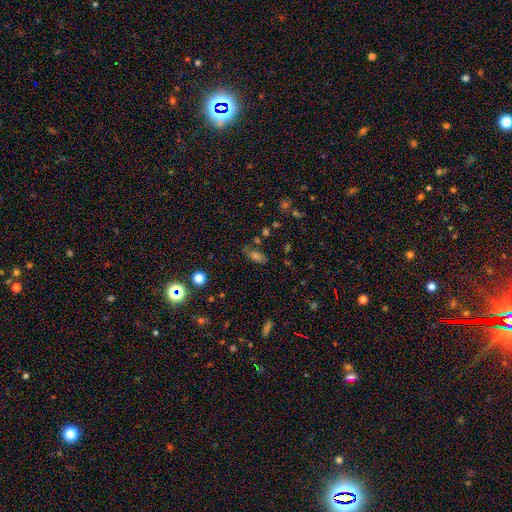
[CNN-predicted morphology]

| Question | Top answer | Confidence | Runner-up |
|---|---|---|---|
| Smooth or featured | smooth | 51% | star or artifact (28%) |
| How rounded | in between | 77% | cigar-shaped (13%) |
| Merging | none | 69% | minor disturbance (18%) |